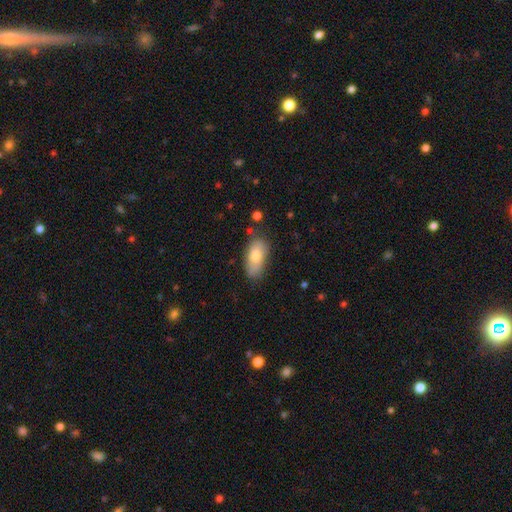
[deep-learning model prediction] A smooth galaxy with no disk features (75%) that is in between round and cigar-shaped (88%).

Vote fractions:
- Smooth or featured? smooth: 75% / featured or disk: 18% / star or artifact: 7%
- How rounded? in between: 88% / cigar-shaped: 8% / round: 3%
- Merging? none: 69% / minor disturbance: 23% / major disturbance: 5% / merger: 3%